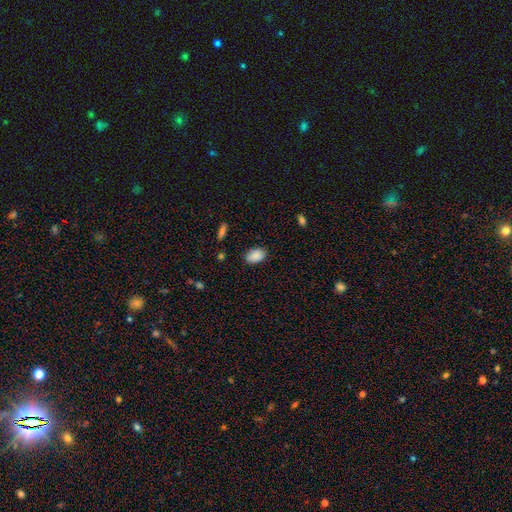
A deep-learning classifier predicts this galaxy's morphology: The model was most divided on "merging": none: 84%, minor disturbance: 12%, major disturbance: 3%, merger: 1%. More confident: how rounded — in between (90%); smooth or featured — smooth (89%).